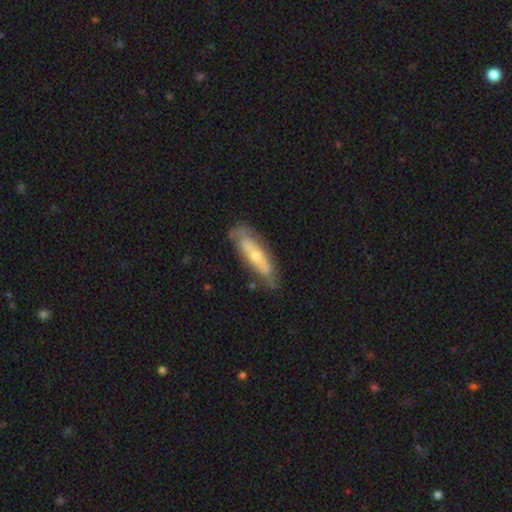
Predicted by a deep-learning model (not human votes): The model was most divided on "smooth or featured": featured or disk: 51%, smooth: 43%, star or artifact: 6%. More confident: merging — none (68%); edge-on disk — no (62%).